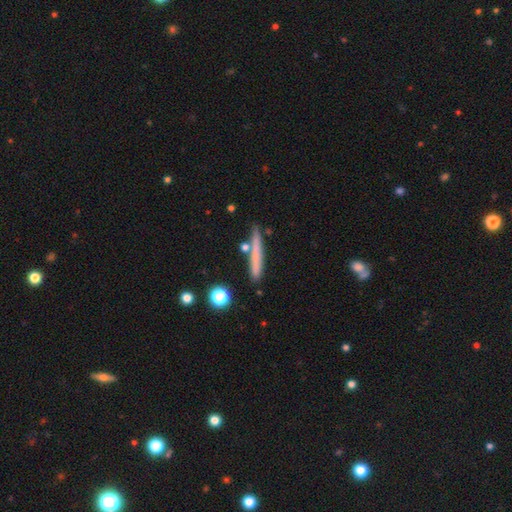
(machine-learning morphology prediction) This appears to be a smooth galaxy with no disk features (61%) that is cigar-shaped (95%). Merging: none (81%).